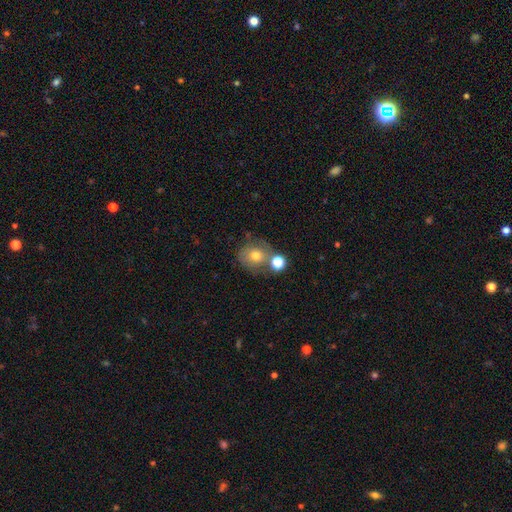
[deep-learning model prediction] Smooth or featured?
  - smooth: 67% *
  - featured or disk: 21%
  - star or artifact: 12%
How rounded?
  - round: 79% *
  - in between: 20%
  - cigar-shaped: 1%
Merging?
  - none: 51% *
  - merger: 26%
  - minor disturbance: 15%
  - major disturbance: 7%